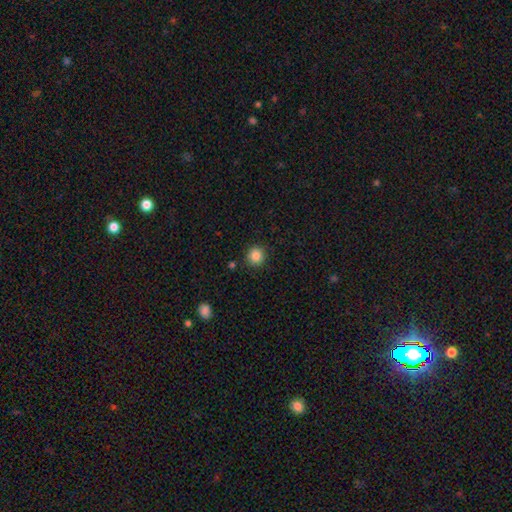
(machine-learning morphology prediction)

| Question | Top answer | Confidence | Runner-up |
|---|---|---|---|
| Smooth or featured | smooth | 86% | star or artifact (11%) |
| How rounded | round | 92% | in between (7%) |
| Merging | none | 89% | minor disturbance (7%) |